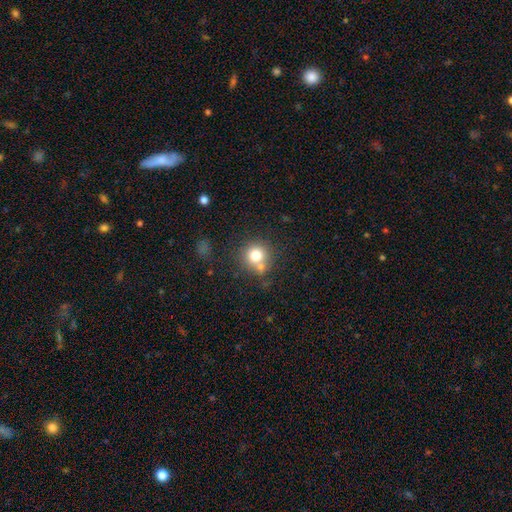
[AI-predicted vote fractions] Smooth or featured? Predicted: smooth (p=0.74). How rounded? Predicted: round (p=0.91). Merging? Predicted: none (p=0.64).